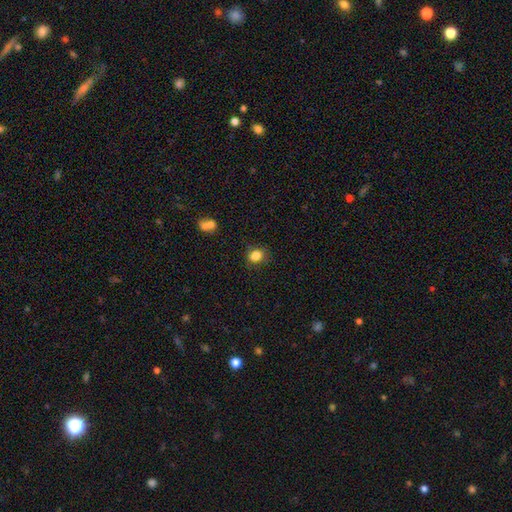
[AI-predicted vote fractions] smooth_or_featured: smooth (p=0.84) [alt: star or artifact p=0.11]
how_rounded: round (p=0.60) [alt: in between p=0.39]
merging: none (p=0.82) [alt: minor disturbance p=0.13]